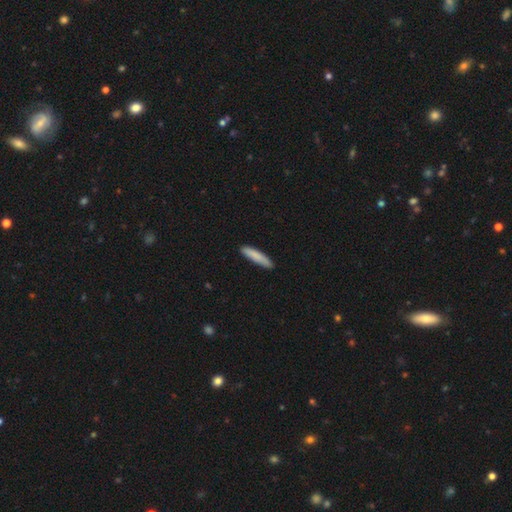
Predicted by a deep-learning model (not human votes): Smooth or featured? Predicted: smooth (p=0.85). How rounded? Predicted: cigar-shaped (p=0.87). Merging? Predicted: none (p=0.87).